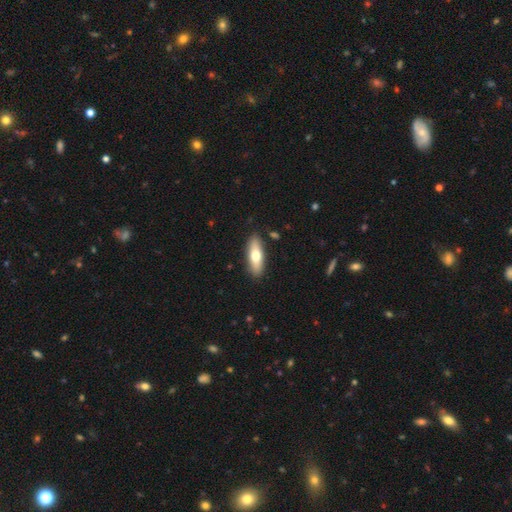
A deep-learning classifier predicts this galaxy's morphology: Overall: smooth (66%; featured or disk 28%). How rounded: in between (61%; cigar-shaped 36%). Merging: none (88%).